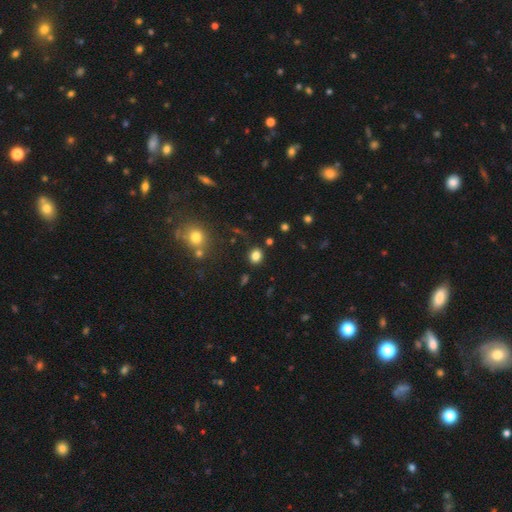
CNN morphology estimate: Smooth or featured? smooth (81%)
How rounded? round (65%)
Merging? none (86%)